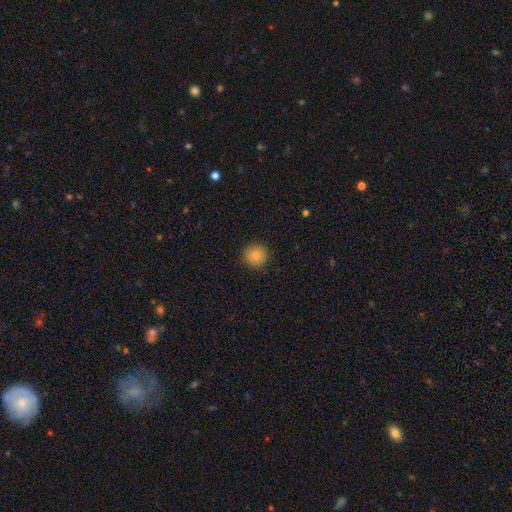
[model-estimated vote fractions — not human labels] A smooth galaxy with no disk features (83%) that is round (93%). Merging: none (89%).